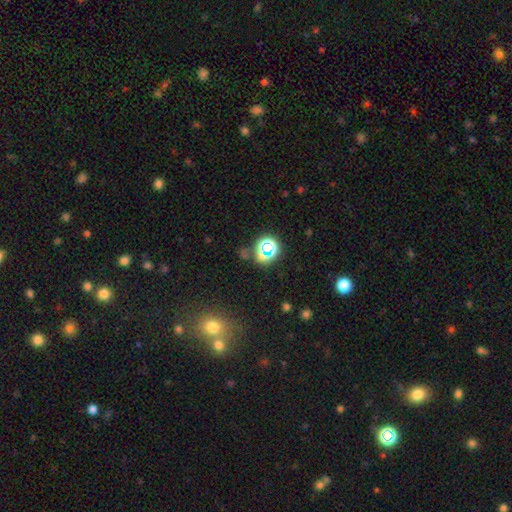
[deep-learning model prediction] A star or artifact, not a galaxy (49%).